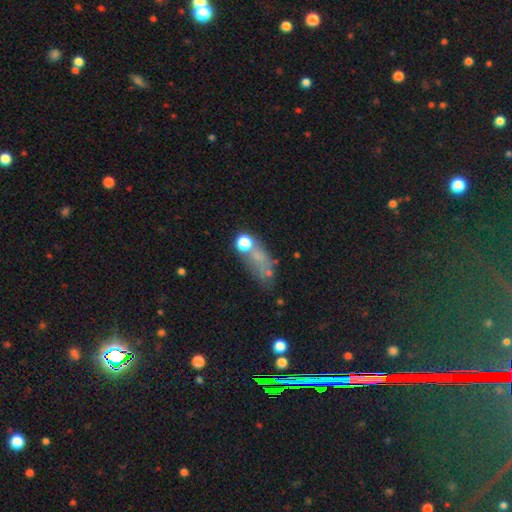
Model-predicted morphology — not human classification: The model was most divided on "merging": none: 45%, minor disturbance: 20%, major disturbance: 19%, merger: 16%. More confident: how rounded — in between (65%); smooth or featured — smooth (55%).